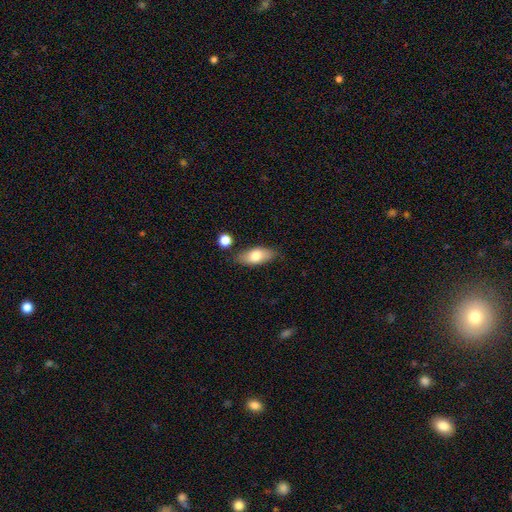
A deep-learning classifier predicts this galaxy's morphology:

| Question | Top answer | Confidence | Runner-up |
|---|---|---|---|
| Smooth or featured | smooth | 76% | featured or disk (18%) |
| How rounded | in between | 84% | cigar-shaped (13%) |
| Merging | none | 80% | minor disturbance (13%) |